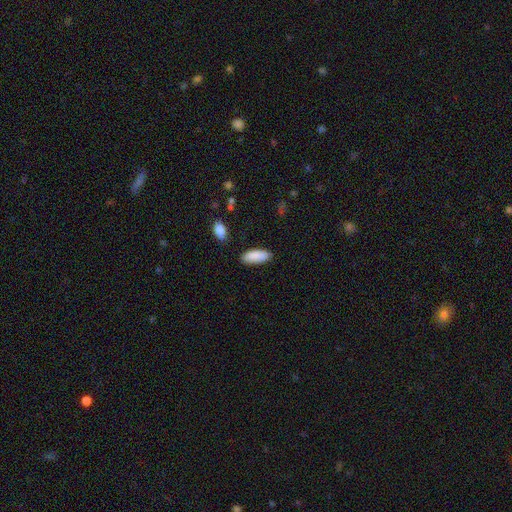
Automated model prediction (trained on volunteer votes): smooth 89%, star or artifact 6%, featured or disk 5%. Down the decision tree: how rounded — in between (74%); merging — none (84%).